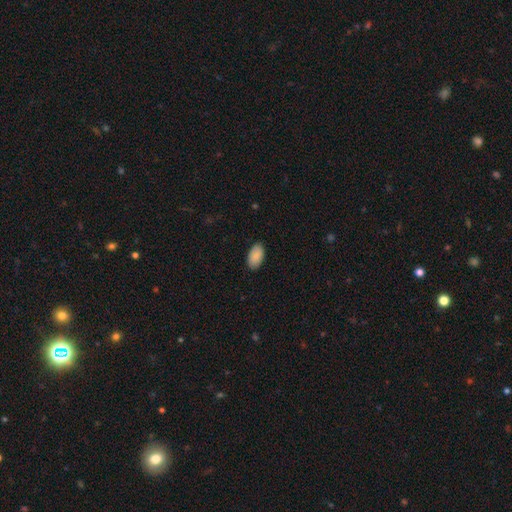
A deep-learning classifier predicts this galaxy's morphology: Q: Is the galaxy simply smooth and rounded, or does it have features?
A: smooth — 90%.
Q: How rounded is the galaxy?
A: in between — 96%.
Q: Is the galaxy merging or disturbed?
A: none — 88%.